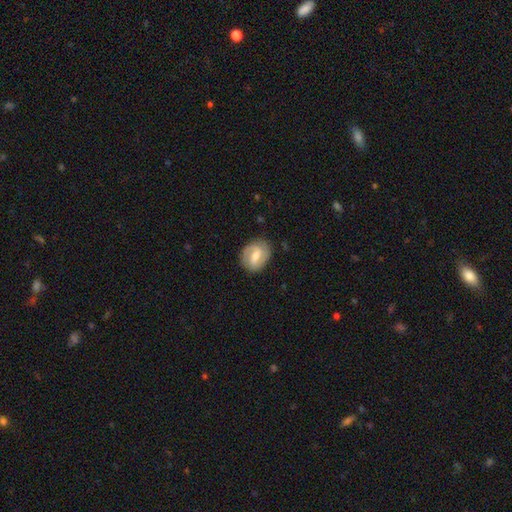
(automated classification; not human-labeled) Smooth or featured? featured or disk (67%)
Edge-on disk? no (97%)
Bar? weak (50%)
Spiral arms? yes (84%)
Spiral winding? medium (43%)
Spiral arm count? 2 (79%)
Bulge size? moderate (54%)
Merging? none (79%)